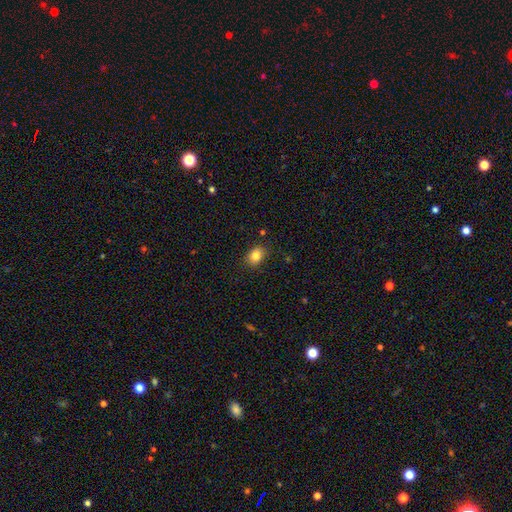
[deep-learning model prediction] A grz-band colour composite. It shows a smooth galaxy with no disk features (84%) that is in between round and cigar-shaped (64%). Merging: none (84%).